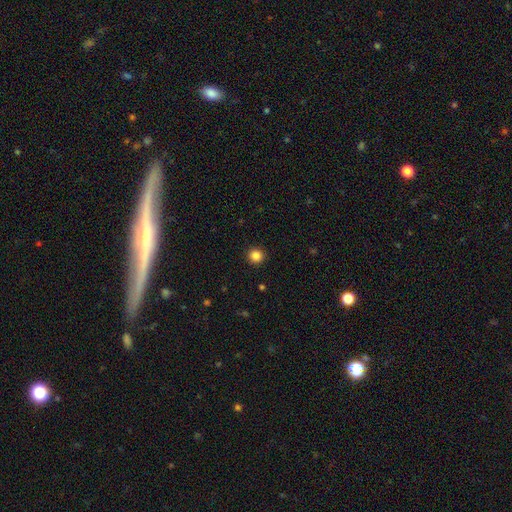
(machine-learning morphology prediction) type=smooth (85%); roundness=round (94%); merging=none (93%).